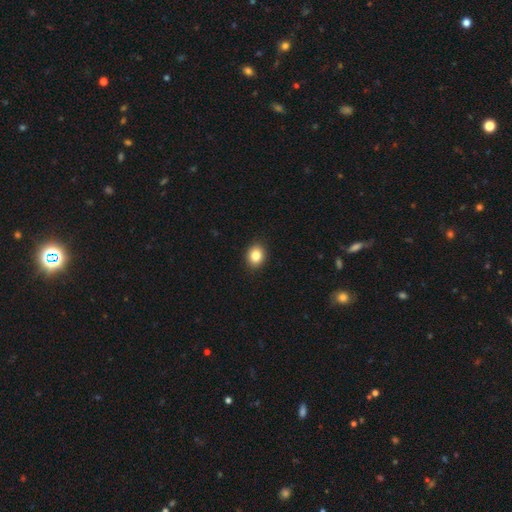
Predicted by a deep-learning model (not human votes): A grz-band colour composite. It shows a smooth galaxy with no disk features (85%) that is round (55%). Merging: none (91%).